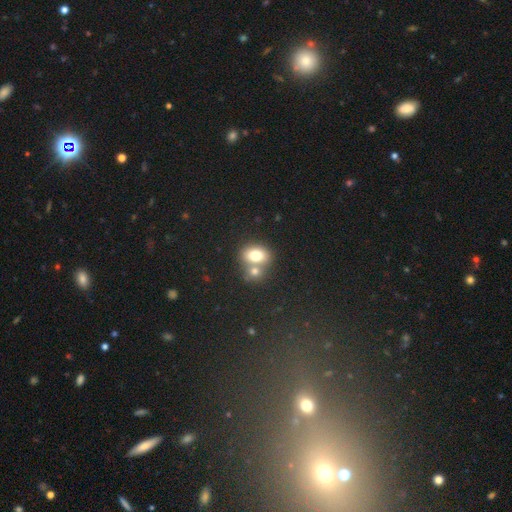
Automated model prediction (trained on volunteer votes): Smooth or featured: smooth — 75% (featured or disk — 14%)
How rounded: in between — 56% (round — 43%)
Merging: merger — 48% (none — 40%)